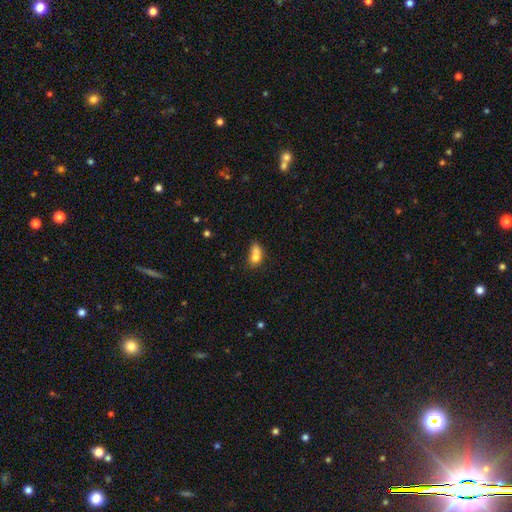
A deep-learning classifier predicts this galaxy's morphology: This is likely a smooth galaxy (72%). How rounded: likely in between (67%). Merging: possibly merger (46%).